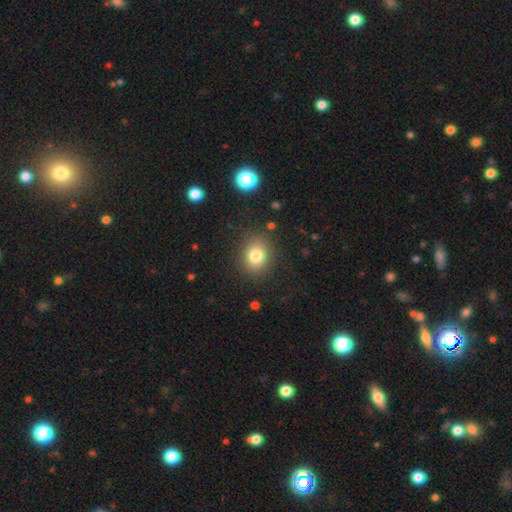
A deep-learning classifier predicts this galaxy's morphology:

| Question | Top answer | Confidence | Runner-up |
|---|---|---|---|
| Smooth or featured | smooth | 79% | star or artifact (12%) |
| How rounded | round | 65% | in between (34%) |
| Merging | none | 86% | minor disturbance (9%) |